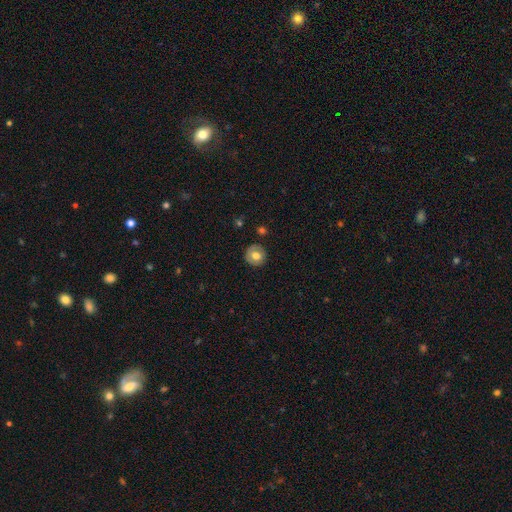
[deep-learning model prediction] Smooth or featured?
  - smooth: 67% *
  - featured or disk: 25%
  - star or artifact: 8%
How rounded?
  - round: 92% *
  - in between: 7%
  - cigar-shaped: 1%
Merging?
  - none: 87% *
  - minor disturbance: 10%
  - major disturbance: 2%
  - merger: 1%